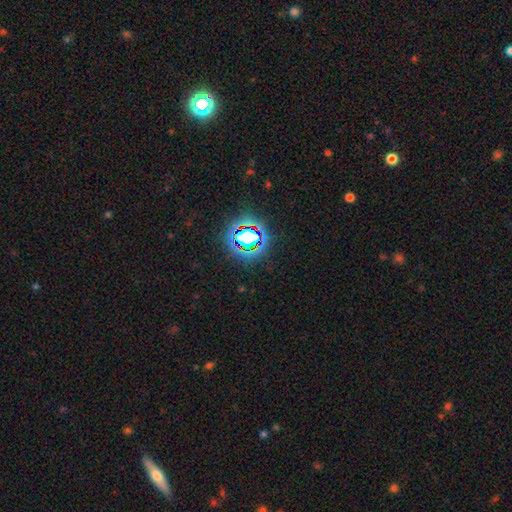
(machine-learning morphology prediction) This is likely a star or artifact rather than a galaxy (79%).